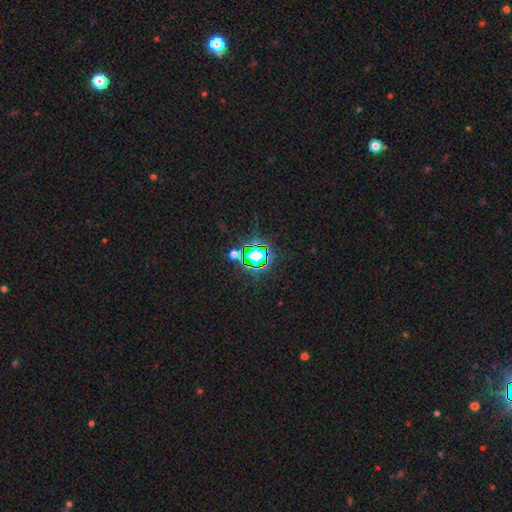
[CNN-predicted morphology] smooth-or-featured: star or artifact: 75% | smooth: 15% | featured or disk: 10%